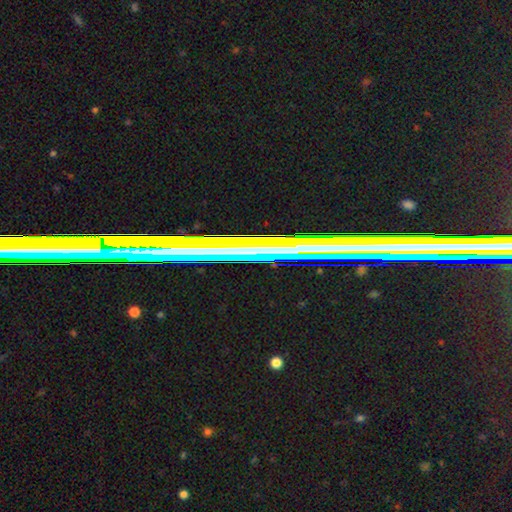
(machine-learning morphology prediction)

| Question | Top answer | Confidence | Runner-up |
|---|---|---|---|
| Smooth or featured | star or artifact | 62% | featured or disk (26%) |